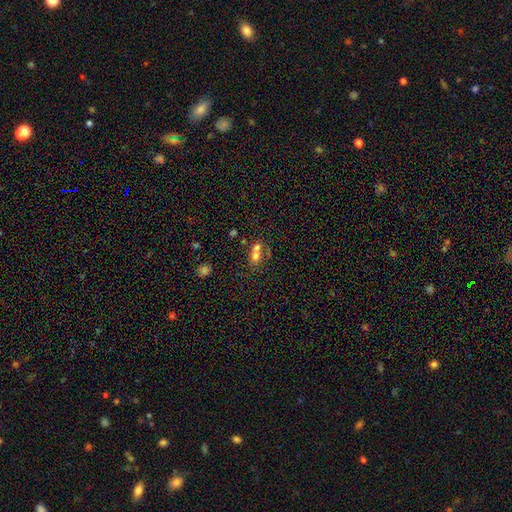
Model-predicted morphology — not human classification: A smooth galaxy with no disk features (64%) that is round (49%, tied with in between). Merging: merger (64%).